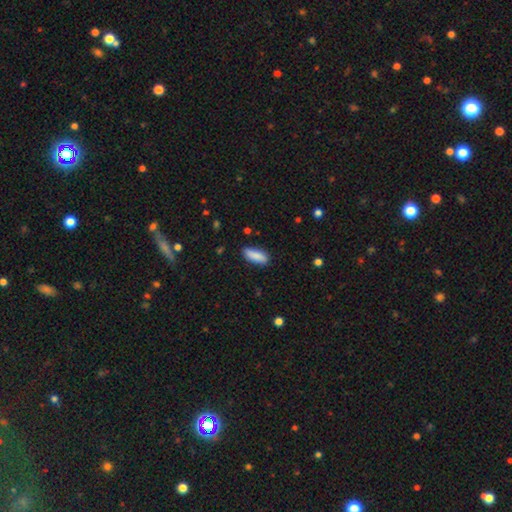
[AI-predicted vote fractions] The model was most divided on "how rounded": in between: 70%, cigar-shaped: 29%, round: 2%. More confident: smooth or featured — smooth (88%); merging — none (86%).